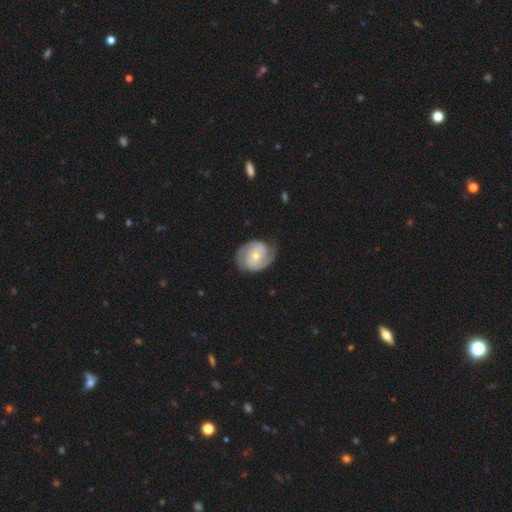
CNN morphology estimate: Overall: featured or disk (76%). Edge-on disk: no (97%). Bar: no (58%; weak 32%). Spiral arms: yes (91%). Spiral arm count: 2 (81%). Spiral winding: tight (48%; medium 39%). Bulge size: moderate (55%; small 42%). Merging: none (73%).